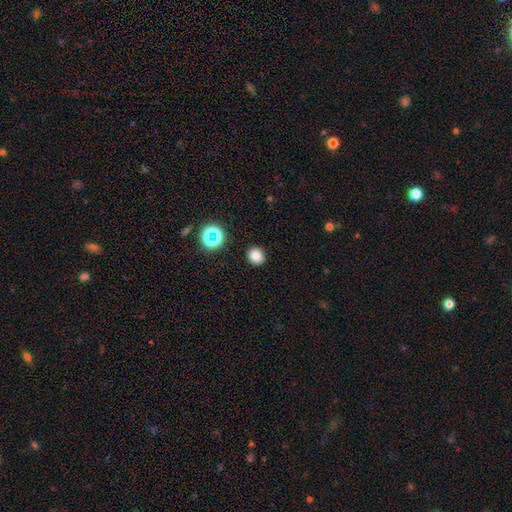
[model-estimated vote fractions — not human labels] A smooth galaxy with no disk features (79%) that is round (83%).

Vote fractions:
- Smooth or featured? smooth: 79% / star or artifact: 15% / featured or disk: 6%
- How rounded? round: 83% / in between: 16% / cigar-shaped: 1%
- Merging? none: 91% / minor disturbance: 6% / major disturbance: 2% / merger: 1%